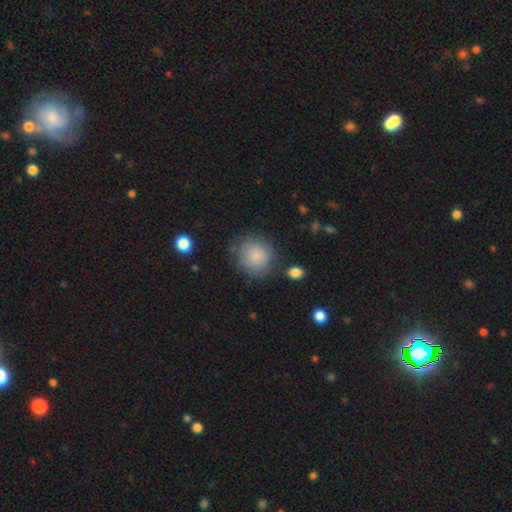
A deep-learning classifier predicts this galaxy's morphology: This appears to be a smooth galaxy with no disk features (83%) that is round (85%). Merging: none (75%).